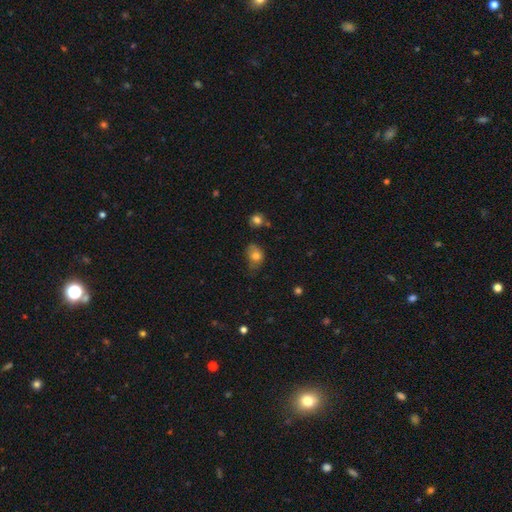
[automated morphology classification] Smooth or featured: smooth — 75% (featured or disk — 14%)
How rounded: in between — 58% (round — 41%)
Merging: minor disturbance — 40% (none — 35%)